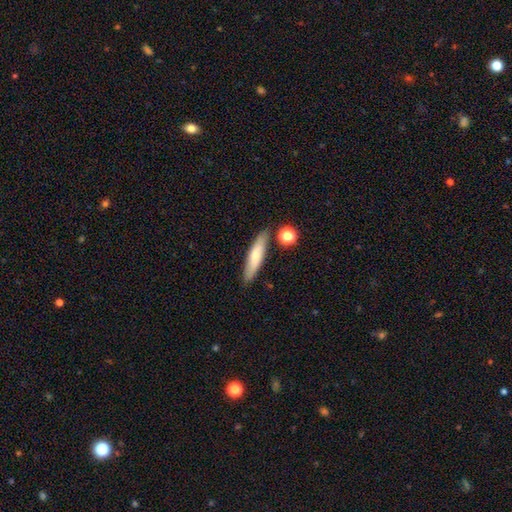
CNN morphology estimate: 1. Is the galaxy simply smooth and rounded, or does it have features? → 67% smooth, 26% featured or disk, 7% star or artifact.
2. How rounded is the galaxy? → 76% cigar-shaped, 22% in between, 2% round.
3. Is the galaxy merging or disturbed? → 81% none, 11% minor disturbance, 5% merger, 2% major disturbance.